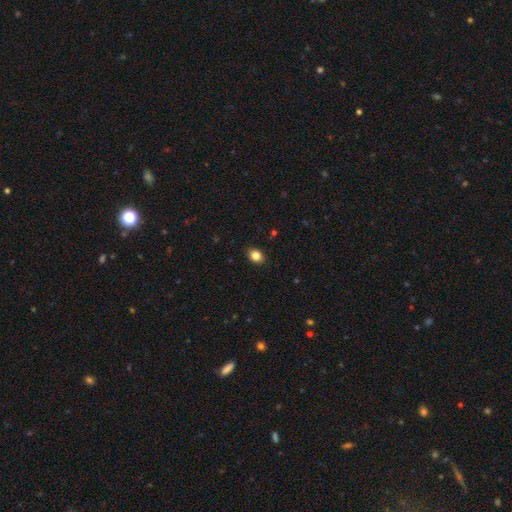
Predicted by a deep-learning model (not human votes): This appears to be a smooth galaxy with no disk features (85%) that is in between round and cigar-shaped (54%). Merging: none (88%).